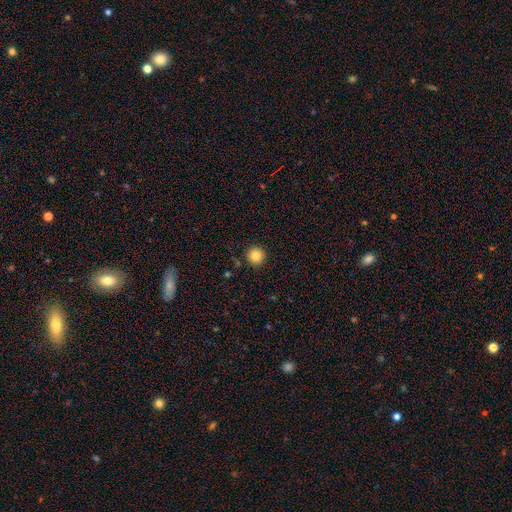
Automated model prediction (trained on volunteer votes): A smooth galaxy with no disk features (84%) that is round (95%). Merging: none (90%).